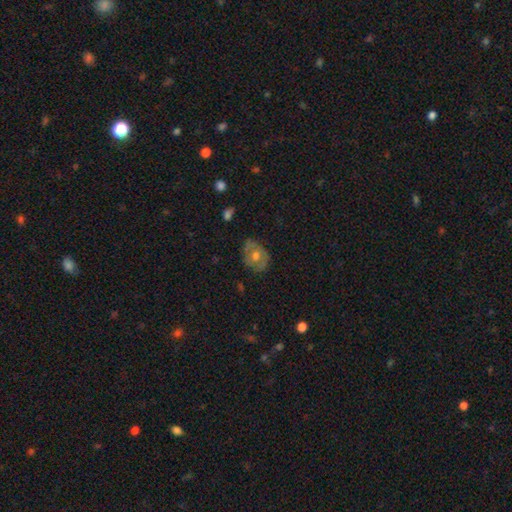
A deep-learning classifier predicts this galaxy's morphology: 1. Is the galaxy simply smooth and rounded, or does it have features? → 50% featured or disk, 41% smooth, 9% star or artifact.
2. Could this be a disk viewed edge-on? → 94% no, 6% yes.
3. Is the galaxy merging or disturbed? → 76% none, 17% minor disturbance, 5% major disturbance, 1% merger.